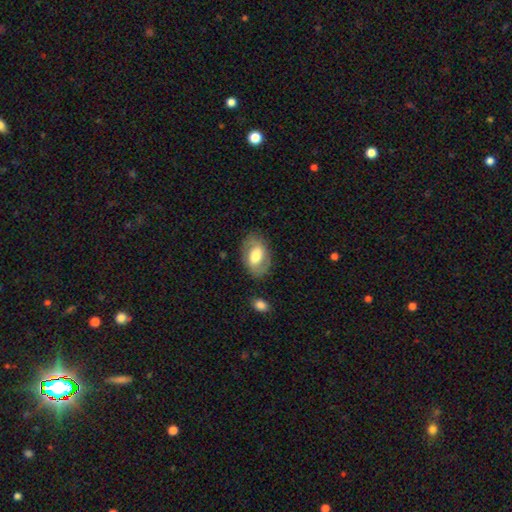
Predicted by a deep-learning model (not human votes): smooth 52%, featured or disk 42%, star or artifact 7%. Down the decision tree: how rounded — in between (88%); merging — none (78%).